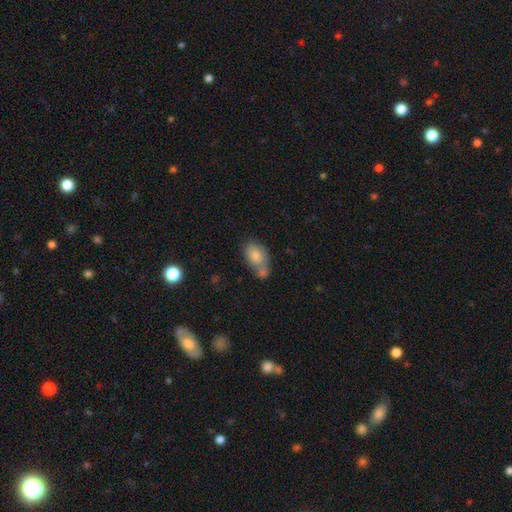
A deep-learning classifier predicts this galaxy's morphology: Smooth or featured? Predicted: smooth (p=0.80). How rounded? Predicted: in between (p=0.88). Merging? Predicted: merger (p=0.38).